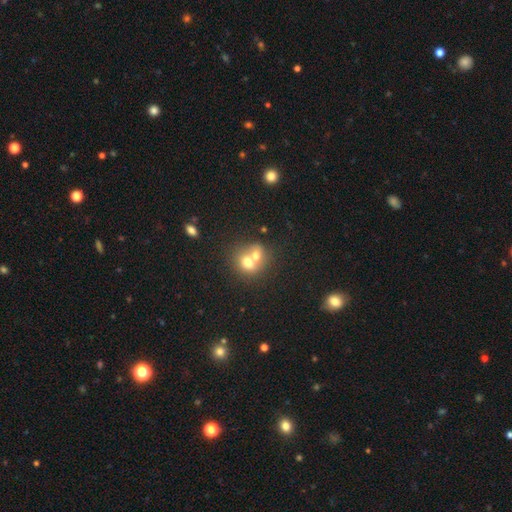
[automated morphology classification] This appears to be a smooth galaxy with no disk features (67%) that is round (65%). Merging: merger (71%).